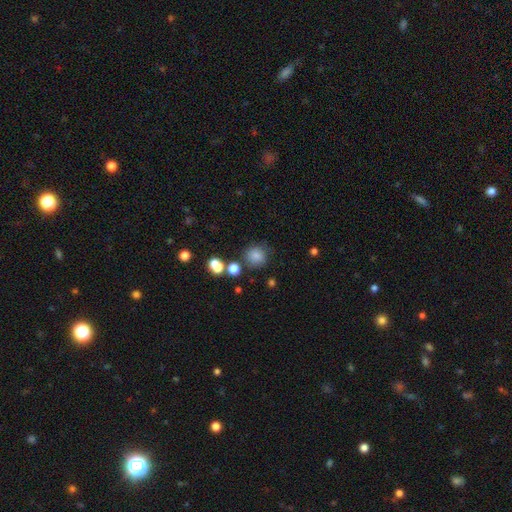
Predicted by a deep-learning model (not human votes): smooth 80%, star or artifact 14%, featured or disk 6%. Down the decision tree: how rounded — round (89%); merging — none (77%).